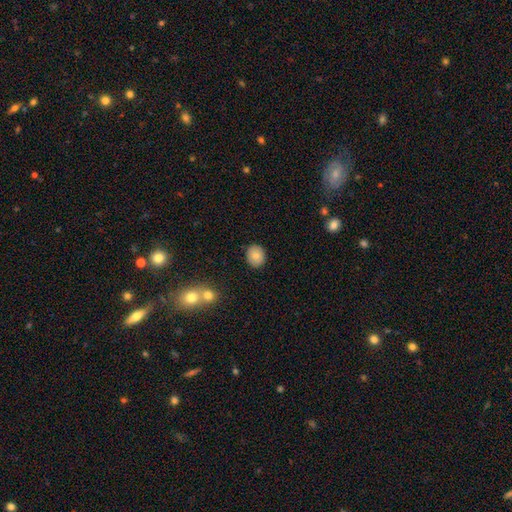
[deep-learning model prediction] smooth-or-featured: smooth: 80% | featured or disk: 11% | star or artifact: 9%
  how-rounded: round: 69% | in between: 30% | cigar-shaped: 1%
  merging: none: 87% | minor disturbance: 8% | merger: 3% | major disturbance: 2%